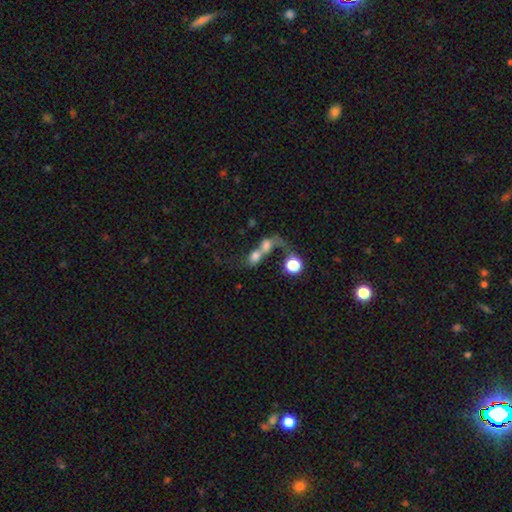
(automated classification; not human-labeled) Q: Smooth or featured?
A: smooth (62%); runner-up: featured or disk (24%)
Q: How rounded?
A: in between (49%); runner-up: round (46%)
Q: Merging?
A: merger (74%); runner-up: none (11%)